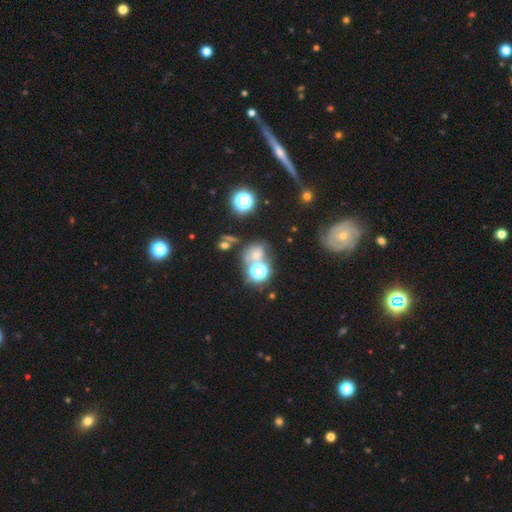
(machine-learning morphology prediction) This is marginally a smooth galaxy (44%). Merging: possibly none (47%).